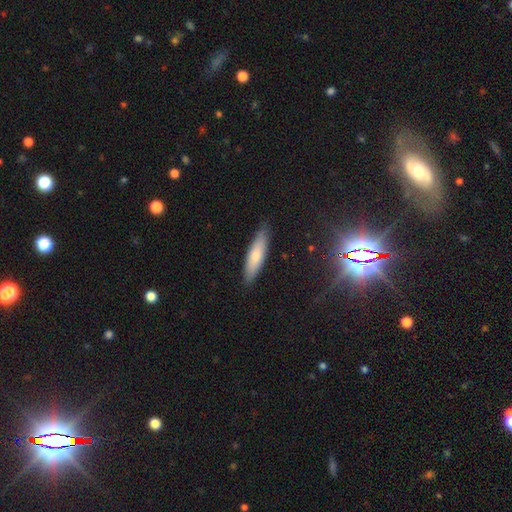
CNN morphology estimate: Smooth or featured?
  - smooth: 71% *
  - featured or disk: 23%
  - star or artifact: 6%
How rounded?
  - cigar-shaped: 67% *
  - in between: 31%
  - round: 2%
Merging?
  - none: 85% *
  - minor disturbance: 12%
  - major disturbance: 2%
  - merger: 1%